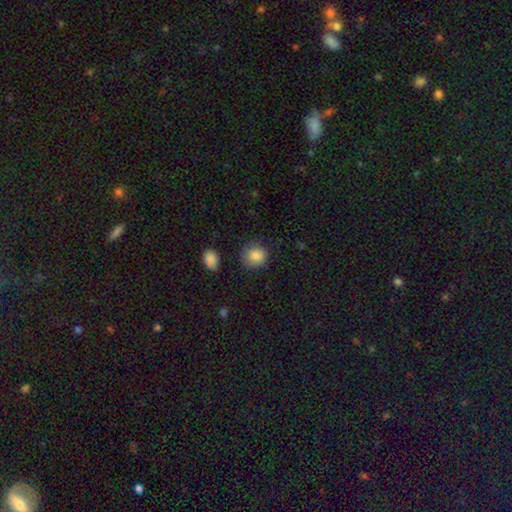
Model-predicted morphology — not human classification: Smooth or featured: smooth — 86% (star or artifact — 8%)
How rounded: round — 82% (in between — 17%)
Merging: none — 74% (minor disturbance — 19%)